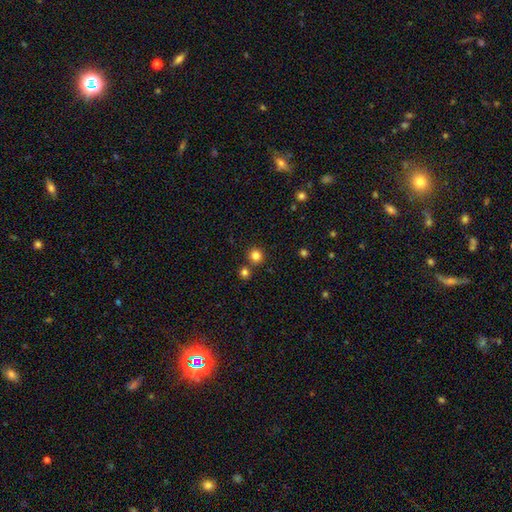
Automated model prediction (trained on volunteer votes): smooth_or_featured: smooth (p=0.81) [alt: star or artifact p=0.14]
how_rounded: round (p=0.92) [alt: in between p=0.07]
merging: none (p=0.79) [alt: merger p=0.12]